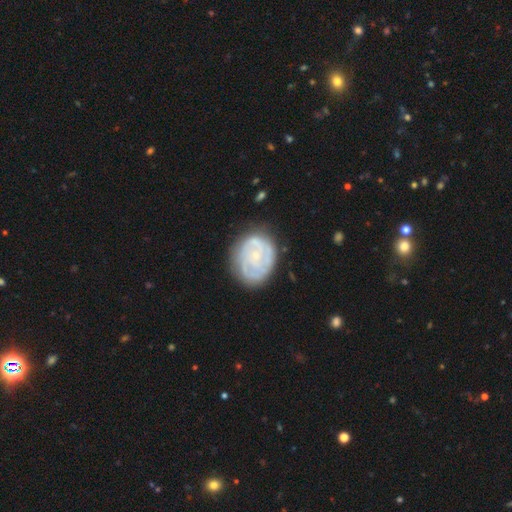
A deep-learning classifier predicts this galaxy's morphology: Smooth or featured? Predicted: featured or disk (p=0.74). Edge-on disk? Predicted: no (p=0.98). Bar? Predicted: no (p=0.75). Spiral arms? Predicted: yes (p=0.85). Spiral winding? Predicted: tight (p=0.69). Spiral arm count? Predicted: can't tell (p=0.38). Bulge size? Predicted: small (p=0.73). Merging? Predicted: none (p=0.73).